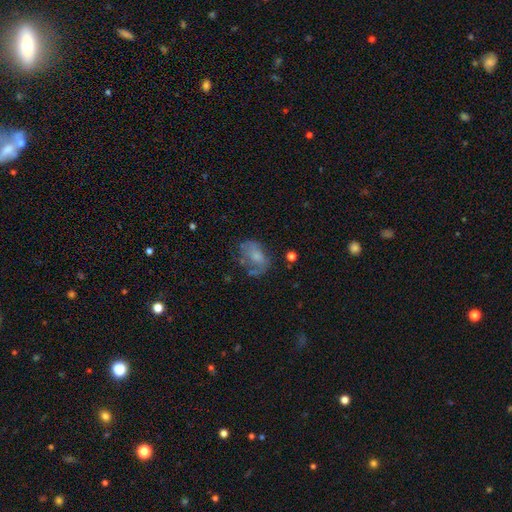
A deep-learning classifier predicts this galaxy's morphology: smooth-or-featured: smooth: 49% | featured or disk: 41% | star or artifact: 11%
  merging: none: 42% | minor disturbance: 27% | major disturbance: 25% | merger: 5%